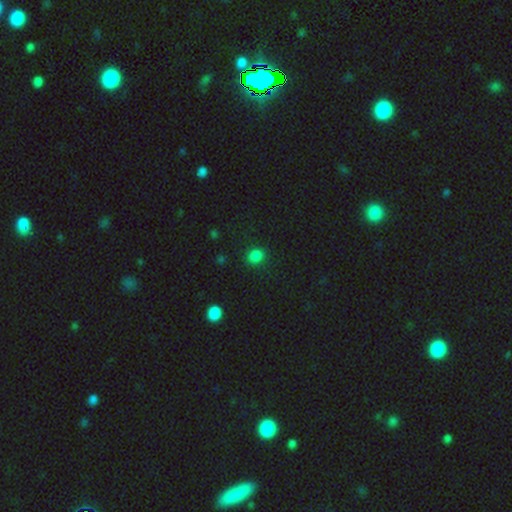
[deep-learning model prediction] A smooth galaxy with no disk features (83%) that is round (67%).

Vote fractions:
- Smooth or featured? smooth: 83% / star or artifact: 14% / featured or disk: 3%
- How rounded? round: 67% / in between: 31% / cigar-shaped: 1%
- Merging? none: 87% / minor disturbance: 9% / major disturbance: 3% / merger: 1%